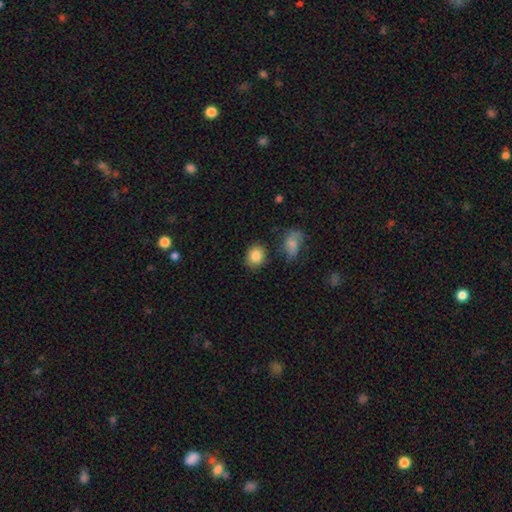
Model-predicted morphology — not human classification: A smooth galaxy with no disk features (85%) that is round (62%).

Vote fractions:
- Smooth or featured? smooth: 85% / star or artifact: 9% / featured or disk: 6%
- How rounded? round: 62% / in between: 37% / cigar-shaped: 1%
- Merging? none: 80% / minor disturbance: 13% / merger: 4% / major disturbance: 3%